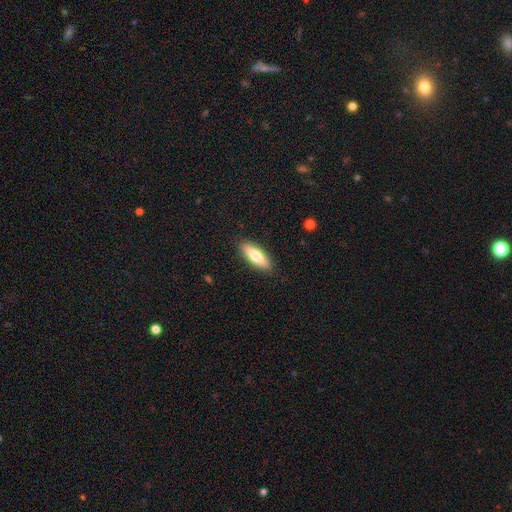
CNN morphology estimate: smooth 68%, featured or disk 26%, star or artifact 6%. Down the decision tree: how rounded — in between (52%); merging — none (89%).